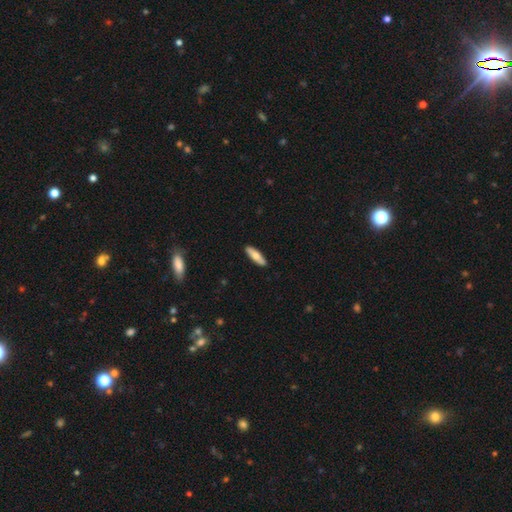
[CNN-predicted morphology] The model was most divided on "how rounded": cigar-shaped: 61%, in between: 37%, round: 2%. More confident: merging — none (90%); smooth or featured — smooth (68%).